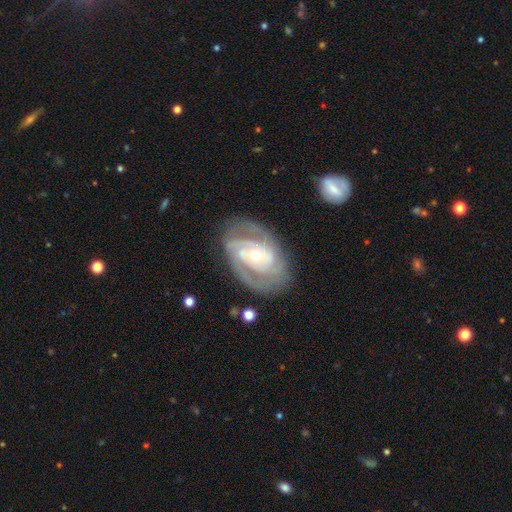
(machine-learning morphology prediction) Smooth or featured? featured or disk (88%)
Edge-on disk? no (96%)
Bar? no (50%)
Spiral arms? yes (94%)
Spiral winding? tight (60%)
Spiral arm count? 2 (48%)
Bulge size? moderate (53%)
Merging? none (74%)